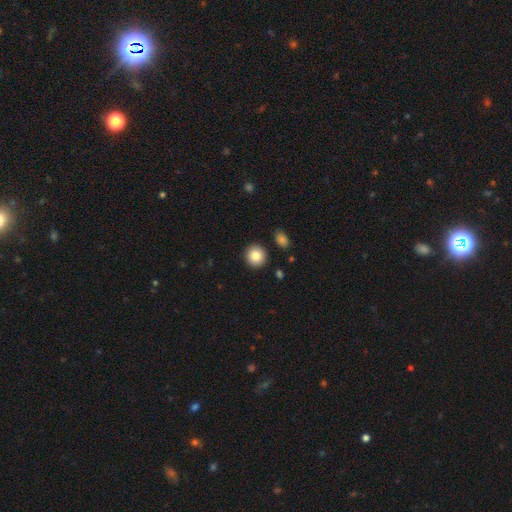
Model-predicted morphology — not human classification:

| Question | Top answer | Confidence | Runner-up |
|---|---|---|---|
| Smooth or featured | smooth | 85% | star or artifact (8%) |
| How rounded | round | 92% | in between (7%) |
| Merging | none | 90% | minor disturbance (6%) |